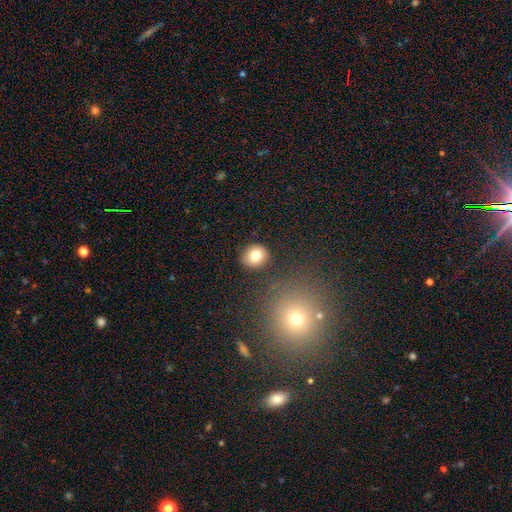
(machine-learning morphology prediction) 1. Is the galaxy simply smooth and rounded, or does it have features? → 79% smooth, 11% star or artifact, 10% featured or disk.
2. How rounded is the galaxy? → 82% round, 17% in between, 1% cigar-shaped.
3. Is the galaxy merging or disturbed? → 87% none, 8% minor disturbance, 3% merger, 2% major disturbance.